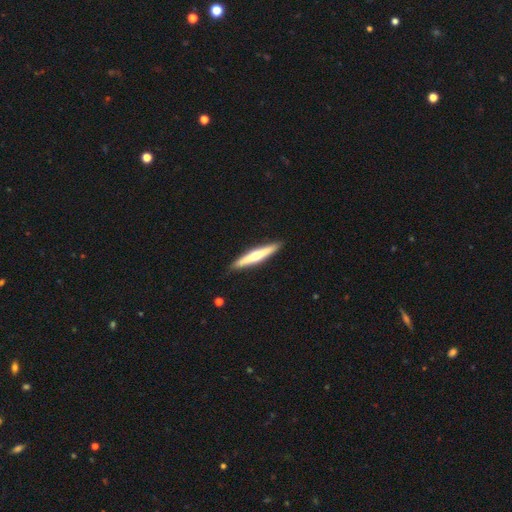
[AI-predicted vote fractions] Smooth or featured? featured or disk (50%)
Merging? none (90%)